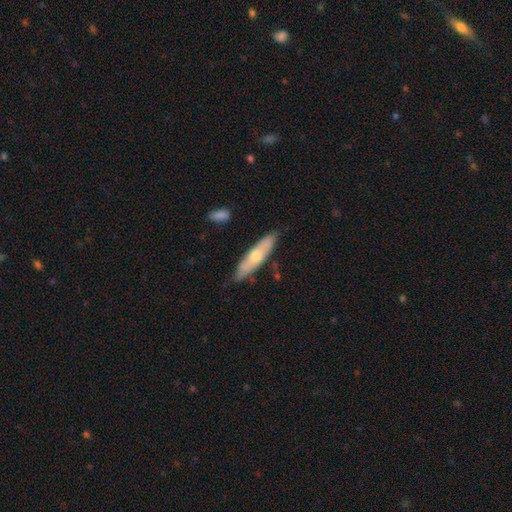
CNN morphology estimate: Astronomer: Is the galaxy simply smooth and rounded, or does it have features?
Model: featured or disk — 52% (runner-up: smooth, 39%).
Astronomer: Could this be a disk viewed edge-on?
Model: yes — 66%.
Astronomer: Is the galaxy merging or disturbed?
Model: none — 83%.